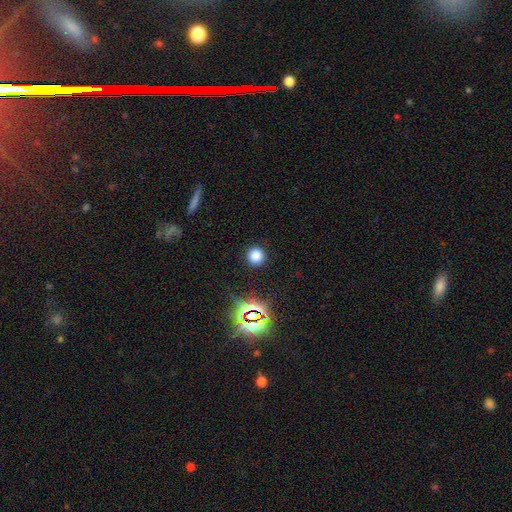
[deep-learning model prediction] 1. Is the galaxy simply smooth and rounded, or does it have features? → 75% smooth, 20% star or artifact, 5% featured or disk.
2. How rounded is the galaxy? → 93% round, 6% in between, 1% cigar-shaped.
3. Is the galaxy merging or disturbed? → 90% none, 6% minor disturbance, 3% major disturbance, 1% merger.